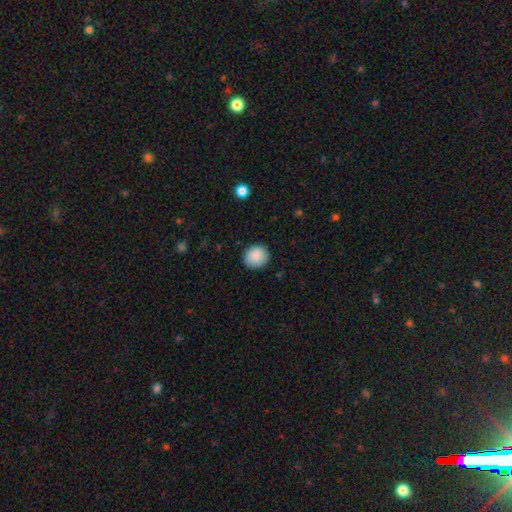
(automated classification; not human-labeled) smooth 88%, star or artifact 7%, featured or disk 4%. Down the decision tree: how rounded — round (88%); merging — none (88%).